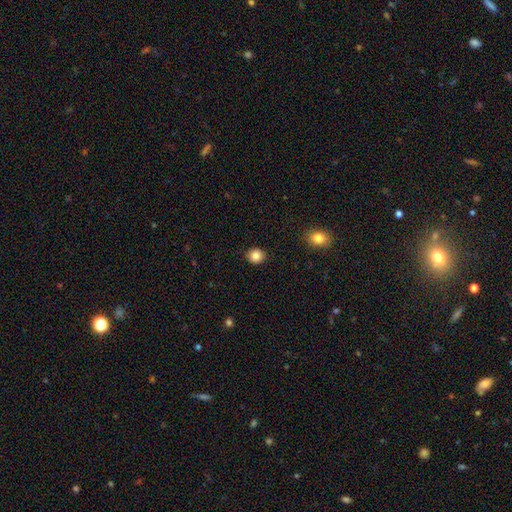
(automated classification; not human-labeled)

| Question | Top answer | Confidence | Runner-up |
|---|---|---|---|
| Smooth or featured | smooth | 84% | star or artifact (10%) |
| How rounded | round | 80% | in between (19%) |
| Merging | none | 91% | minor disturbance (6%) |